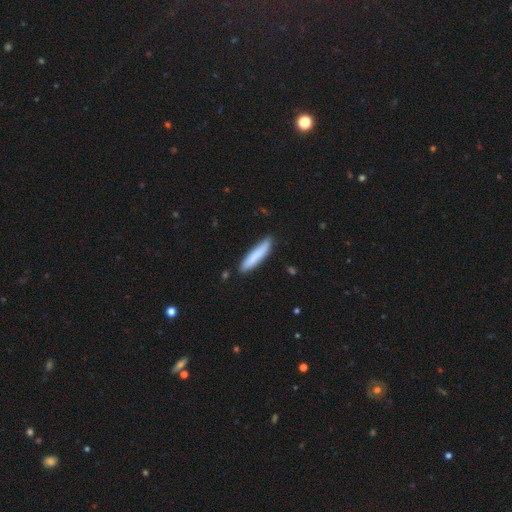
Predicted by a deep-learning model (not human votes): Smooth or featured? Predicted: smooth (p=0.82). How rounded? Predicted: cigar-shaped (p=0.87). Merging? Predicted: none (p=0.84).